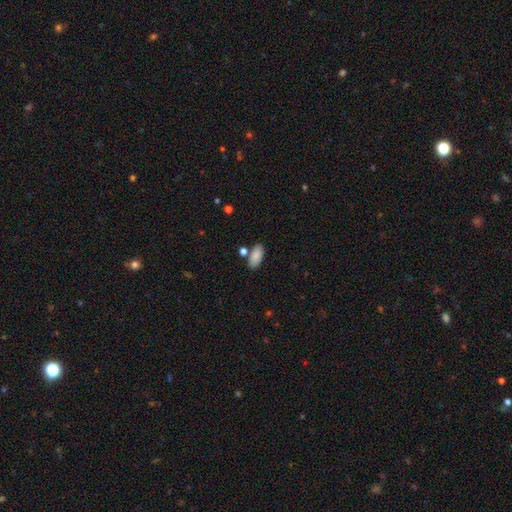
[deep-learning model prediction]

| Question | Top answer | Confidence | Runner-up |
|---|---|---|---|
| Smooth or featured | smooth | 87% | star or artifact (7%) |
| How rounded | in between | 90% | cigar-shaped (8%) |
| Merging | none | 76% | minor disturbance (11%) |